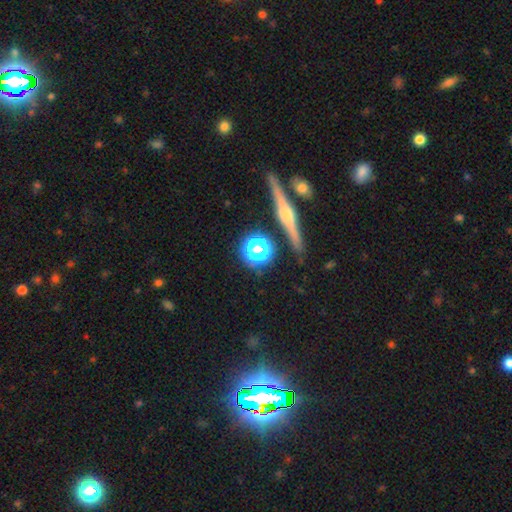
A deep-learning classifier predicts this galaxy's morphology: Smooth or featured? Predicted: featured or disk (p=0.67). Edge-on disk? Predicted: yes (p=0.96). Edge-on bulge? Predicted: rounded (p=0.84). Merging? Predicted: none (p=0.87).